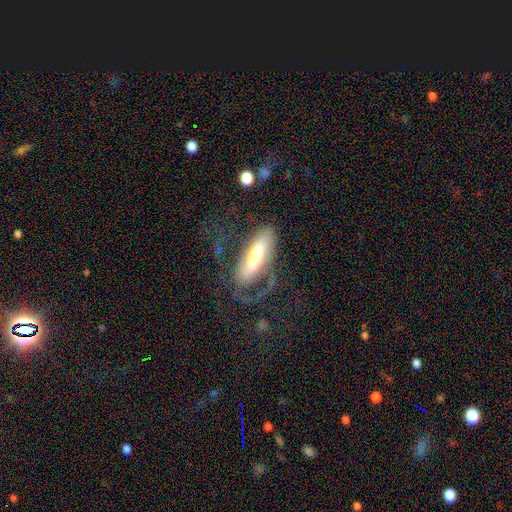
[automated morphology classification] Smooth or featured?
  - featured or disk: 54% *
  - smooth: 40%
  - star or artifact: 6%
Edge-on disk?
  - no: 74% *
  - yes: 26%
Merging?
  - major disturbance: 40% * (tied)
  - none: 40% * (tied)
  - minor disturbance: 18%
  - merger: 3%